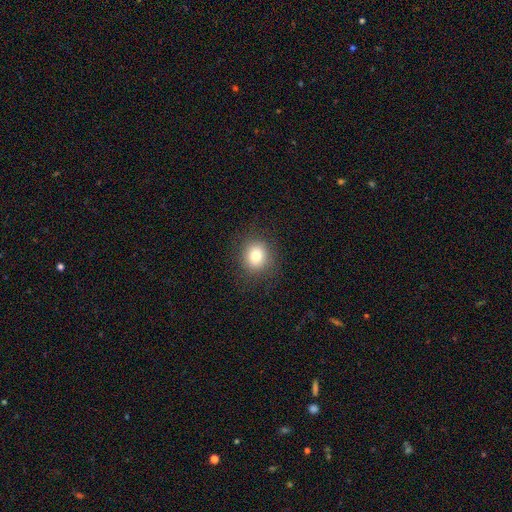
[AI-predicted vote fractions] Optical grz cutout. It shows a smooth galaxy with no disk features (80%) that is round (81%). Merging: none (88%).